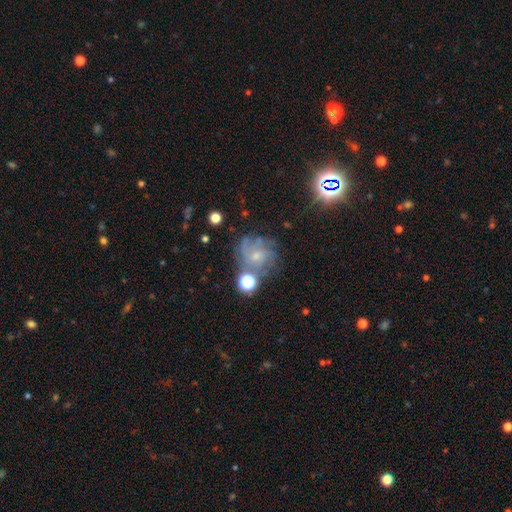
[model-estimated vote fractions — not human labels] A featured or disk galaxy (58%) with no bar (72%), spiral arms (83%) and a small central bulge (66%). Merging: none (56%).